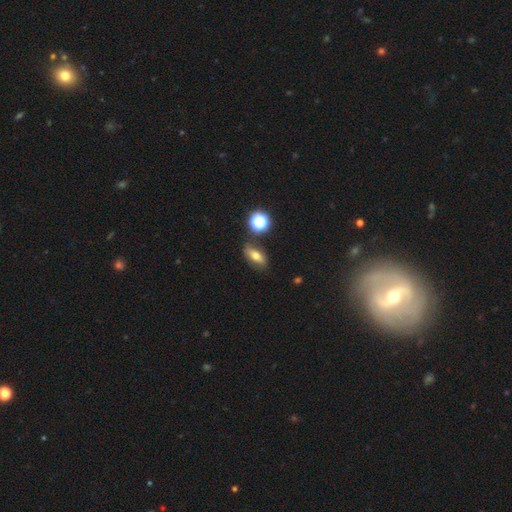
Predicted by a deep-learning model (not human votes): smooth 62%, featured or disk 23%, star or artifact 15%. Down the decision tree: how rounded — in between (73%); merging — none (75%).